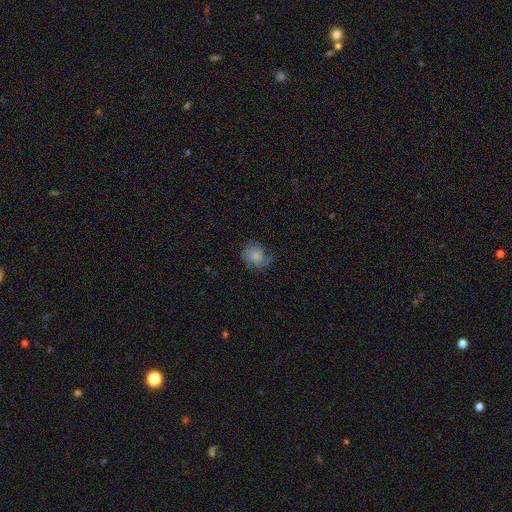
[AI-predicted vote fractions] Smooth or featured? smooth (65%)
How rounded? round (68%)
Merging? none (56%)